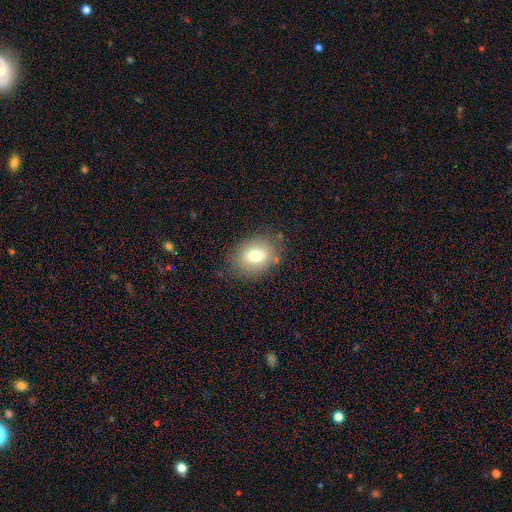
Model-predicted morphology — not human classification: Smooth or featured? Predicted: smooth (p=0.70). How rounded? Predicted: in between (p=0.70). Merging? Predicted: none (p=0.78).